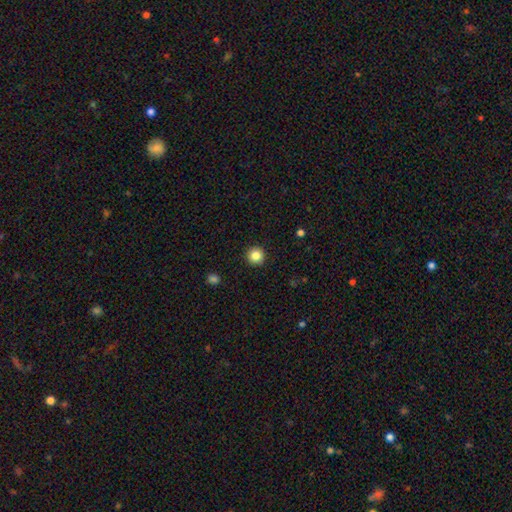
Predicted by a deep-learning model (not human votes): smooth_or_featured: smooth (p=0.85) [alt: star or artifact p=0.10]
how_rounded: round (p=0.95) [alt: in between p=0.04]
merging: none (p=0.93) [alt: minor disturbance p=0.05]